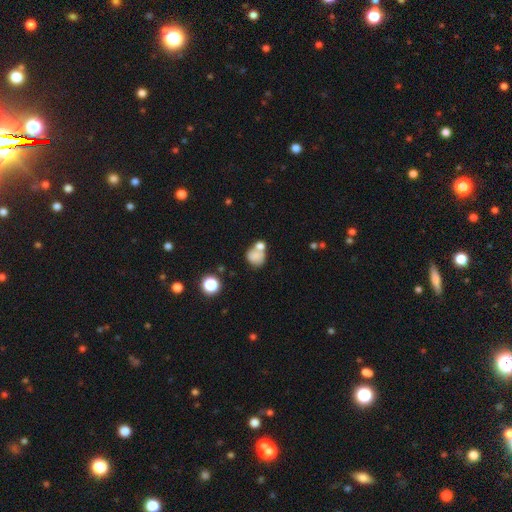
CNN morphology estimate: Q: Smooth or featured?
A: smooth (76%); runner-up: featured or disk (13%)
Q: How rounded?
A: round (69%); runner-up: in between (29%)
Q: Merging?
A: merger (41%); runner-up: none (38%)